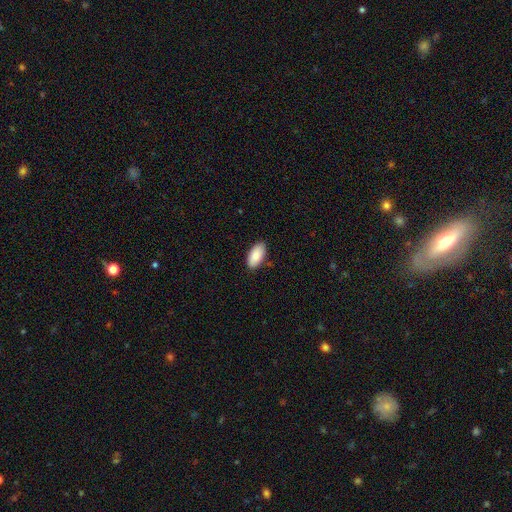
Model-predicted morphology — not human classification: Q: Smooth or featured?
A: smooth (87%); runner-up: featured or disk (7%)
Q: How rounded?
A: in between (94%); runner-up: cigar-shaped (4%)
Q: Merging?
A: none (86%); runner-up: minor disturbance (11%)